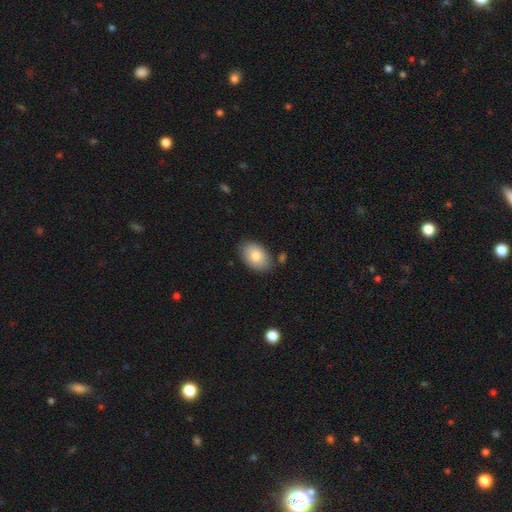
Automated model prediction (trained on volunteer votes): A smooth galaxy with no disk features (81%) that is in between round and cigar-shaped (88%). Merging: none (81%).